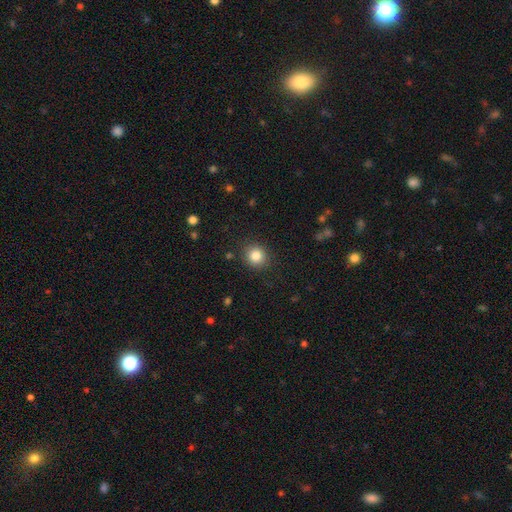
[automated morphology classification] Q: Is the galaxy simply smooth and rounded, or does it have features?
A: smooth — 83%.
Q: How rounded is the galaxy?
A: round — 88%.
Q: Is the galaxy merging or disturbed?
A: none — 89%.